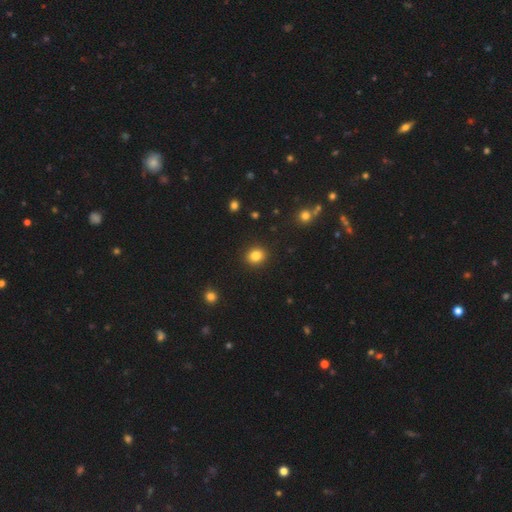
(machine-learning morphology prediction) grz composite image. It shows a smooth galaxy with no disk features (84%) that is round (72%). Merging: none (91%).